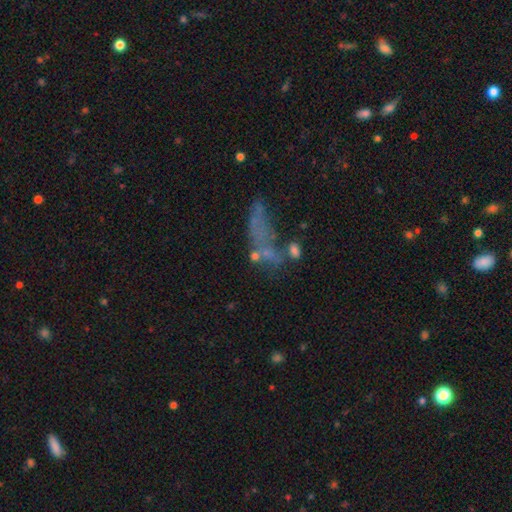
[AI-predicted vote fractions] Morphology: type=smooth (46%); merging=merger (33%).